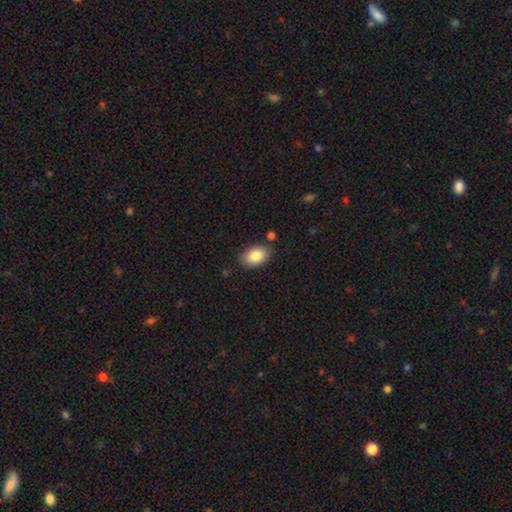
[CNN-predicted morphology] Smooth or featured?
  - smooth: 84% *
  - featured or disk: 9%
  - star or artifact: 7%
How rounded?
  - in between: 89% *
  - round: 10%
  - cigar-shaped: 1%
Merging?
  - none: 82% *
  - minor disturbance: 12%
  - merger: 3%
  - major disturbance: 3%